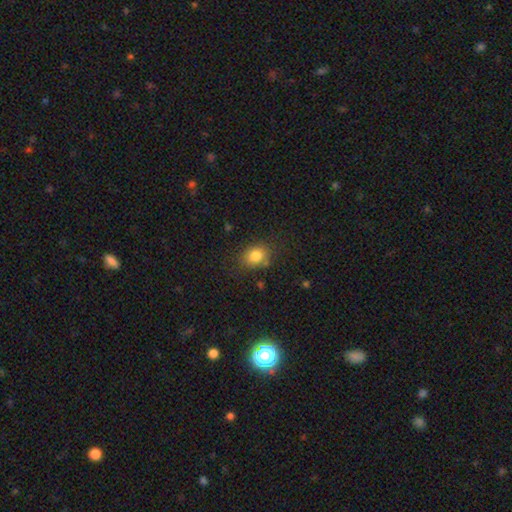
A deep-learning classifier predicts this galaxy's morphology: Smooth or featured? smooth (82%)
How rounded? in between (53%)
Merging? none (77%)